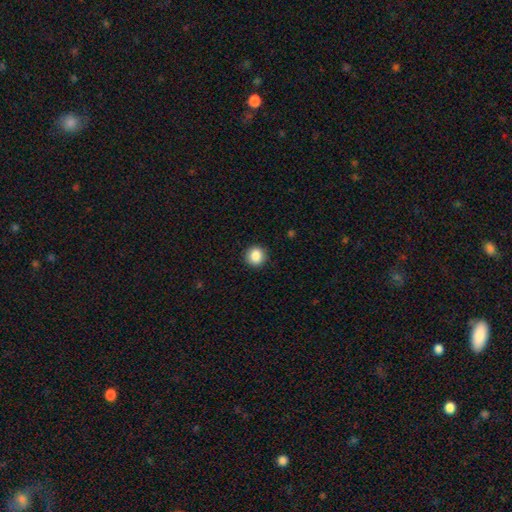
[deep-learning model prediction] smooth 86%, star or artifact 9%, featured or disk 4%. Down the decision tree: how rounded — round (88%); merging — none (91%).